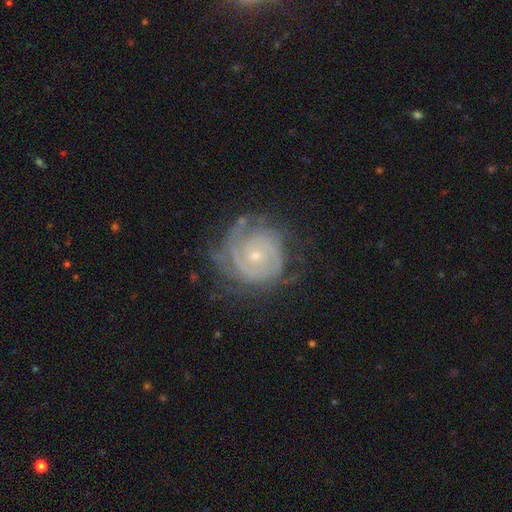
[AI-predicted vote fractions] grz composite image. It shows a featured or disk galaxy (85%) with no bar (78%), tight (76%) spiral arms (95%) and a small central bulge (78%). Merging: none (64%).